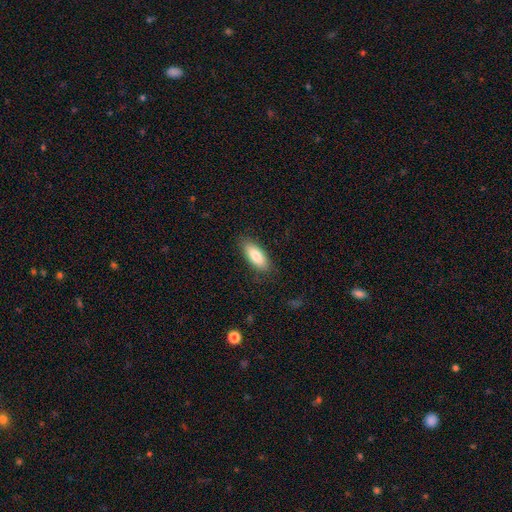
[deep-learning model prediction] Q: Smooth or featured?
A: smooth (82%); runner-up: featured or disk (12%)
Q: How rounded?
A: in between (79%); runner-up: cigar-shaped (19%)
Q: Merging?
A: none (84%); runner-up: minor disturbance (12%)